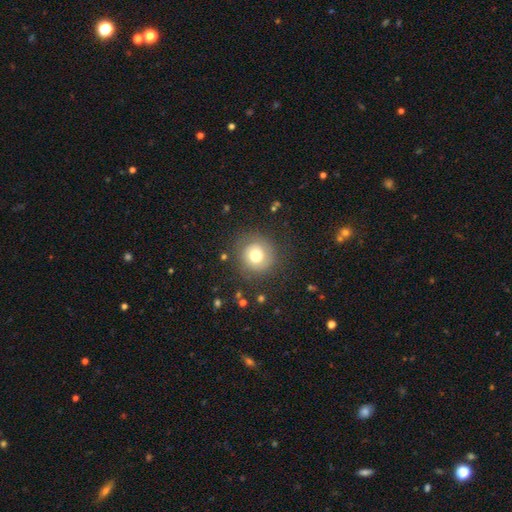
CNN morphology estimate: smooth_or_featured: smooth (p=0.64) [alt: featured or disk p=0.25]
how_rounded: round (p=0.92) [alt: in between p=0.07]
merging: none (p=0.81) [alt: minor disturbance p=0.11]